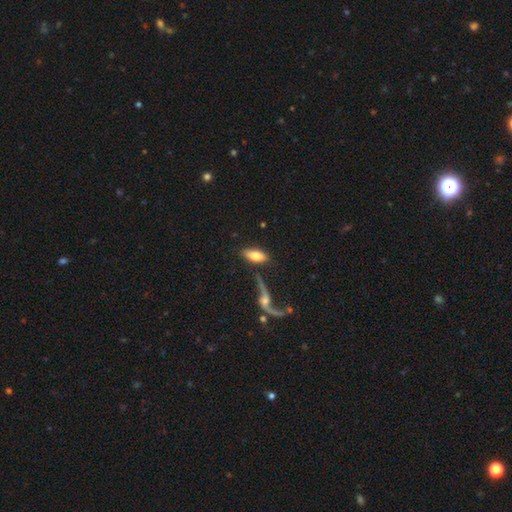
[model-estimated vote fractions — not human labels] Overall: smooth (72%). How rounded: in between (88%). Merging: none (70%).